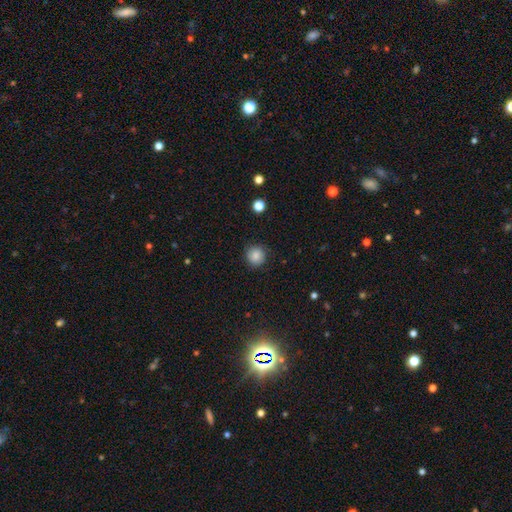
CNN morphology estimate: A smooth galaxy with no disk features (85%) that is round (91%). Merging: none (85%).